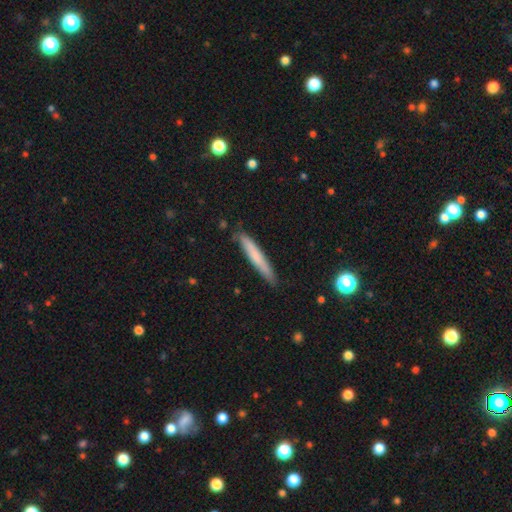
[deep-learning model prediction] Morphology: type=smooth (69%); roundness=cigar-shaped (95%); merging=none (85%).